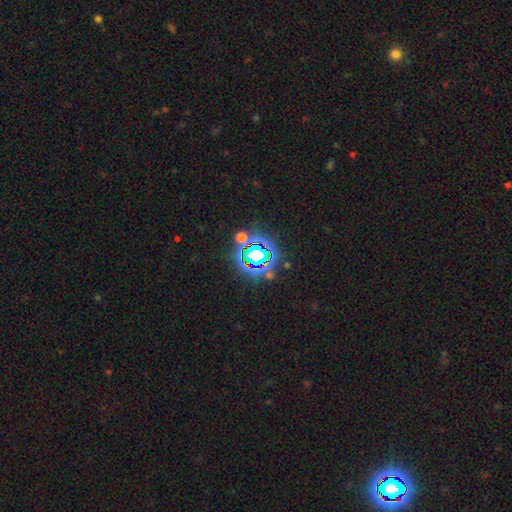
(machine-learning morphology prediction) Overall: star or artifact (70%).